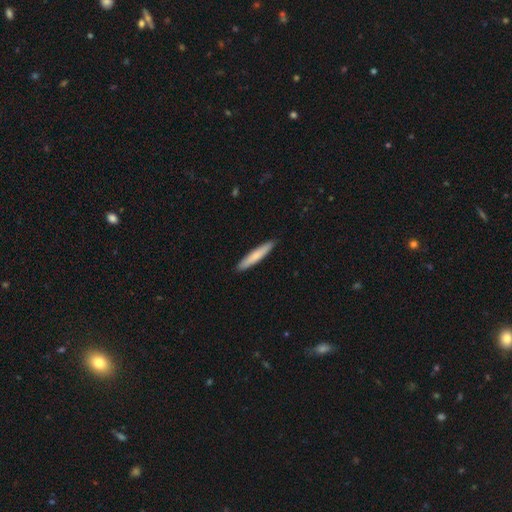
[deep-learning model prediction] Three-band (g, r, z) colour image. It shows a smooth galaxy with no disk features (76%) that is cigar-shaped (93%). Merging: none (92%).